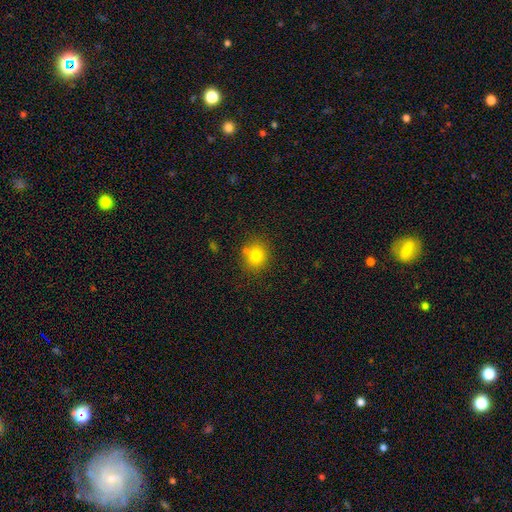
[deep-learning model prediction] A smooth galaxy with no disk features (78%) that is round (79%).

Vote fractions:
- Smooth or featured? smooth: 78% / star or artifact: 13% / featured or disk: 9%
- How rounded? round: 79% / in between: 21% / cigar-shaped: 1%
- Merging? none: 76% / minor disturbance: 11% / merger: 10% / major disturbance: 3%